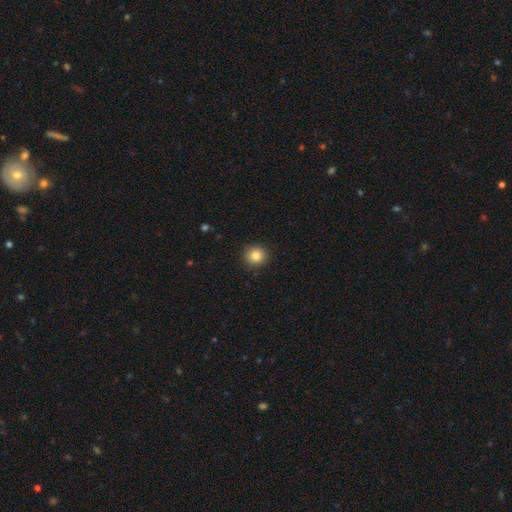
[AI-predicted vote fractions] smooth 84%, star or artifact 10%, featured or disk 6%. Down the decision tree: how rounded — round (92%); merging — none (91%).